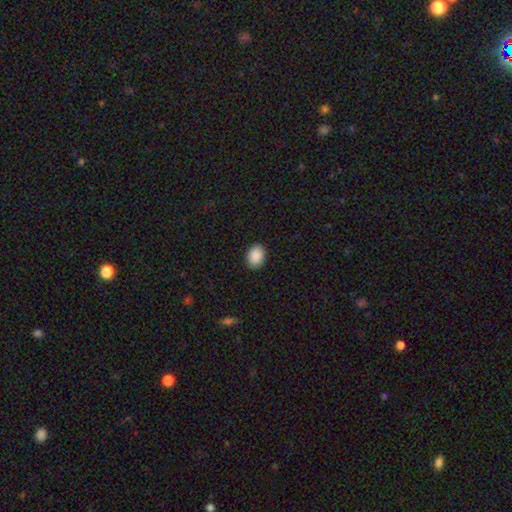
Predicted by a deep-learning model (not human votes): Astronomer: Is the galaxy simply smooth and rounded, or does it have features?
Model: smooth — 90%.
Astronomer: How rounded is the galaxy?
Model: in between — 66%.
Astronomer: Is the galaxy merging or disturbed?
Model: none — 90%.